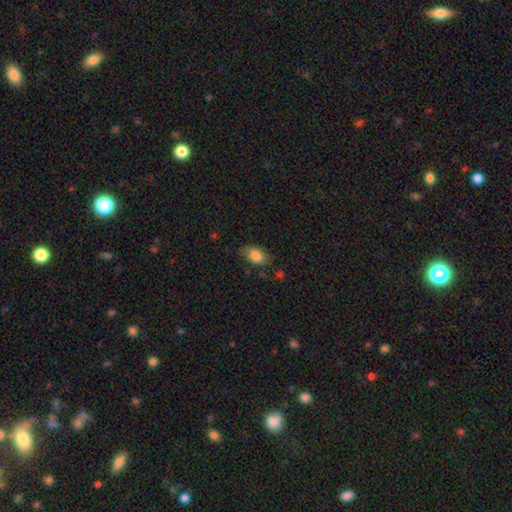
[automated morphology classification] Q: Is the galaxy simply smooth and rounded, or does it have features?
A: smooth — 83%.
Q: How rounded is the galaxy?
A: in between — 90%.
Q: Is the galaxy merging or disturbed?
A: none — 73%.